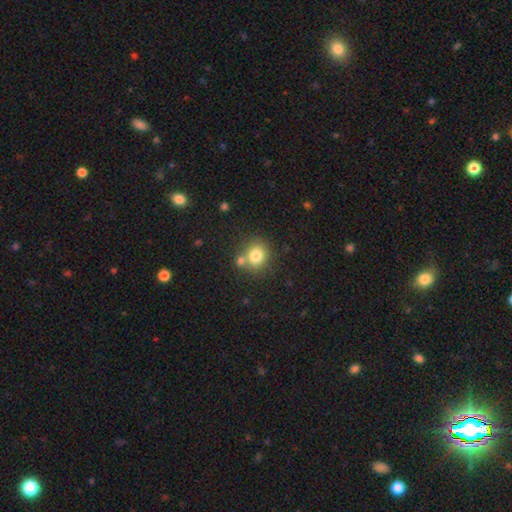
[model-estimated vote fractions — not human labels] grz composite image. It shows a smooth galaxy with no disk features (79%) that is round (79%). Merging: none (64%).